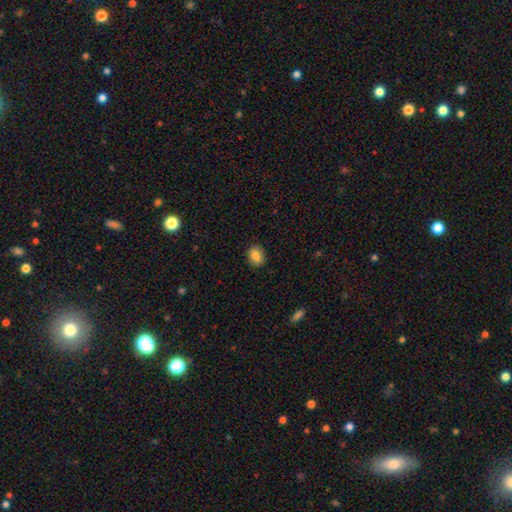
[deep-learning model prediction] Smooth or featured: smooth — 85% (star or artifact — 8%)
How rounded: in between — 60% (round — 39%)
Merging: none — 89% (minor disturbance — 8%)